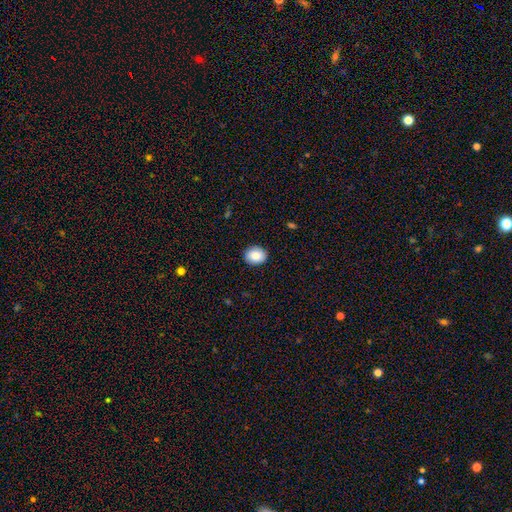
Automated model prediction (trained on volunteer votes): Smooth or featured? smooth (85%)
How rounded? round (57%)
Merging? none (90%)